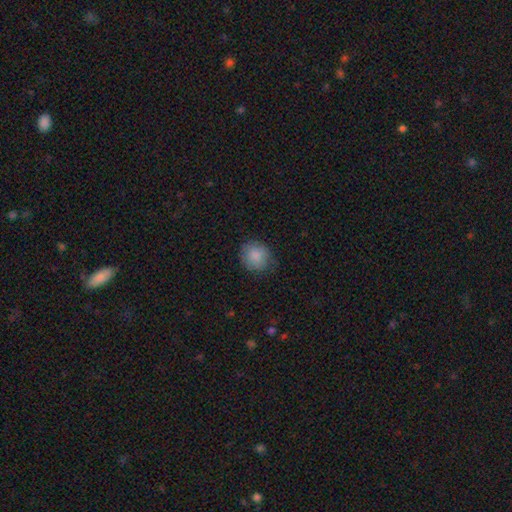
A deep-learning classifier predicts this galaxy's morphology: smooth_or_featured: smooth (p=0.86) [alt: star or artifact p=0.08]
how_rounded: round (p=0.84) [alt: in between p=0.16]
merging: none (p=0.76) [alt: minor disturbance p=0.19]